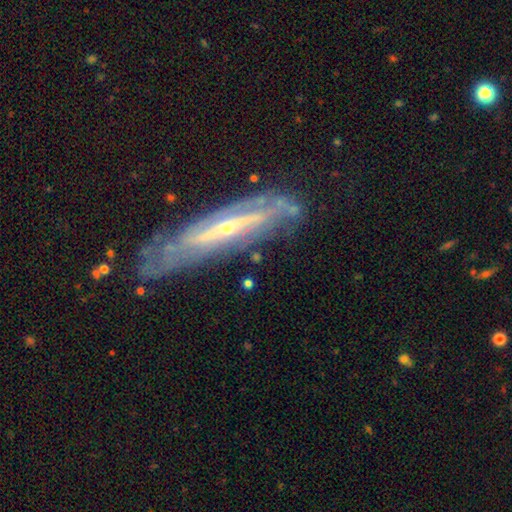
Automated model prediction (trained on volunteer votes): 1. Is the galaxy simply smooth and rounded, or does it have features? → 81% featured or disk, 13% smooth, 6% star or artifact.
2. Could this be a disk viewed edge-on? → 52% no, 48% yes.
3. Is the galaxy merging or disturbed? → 66% none, 21% minor disturbance, 9% major disturbance, 4% merger.